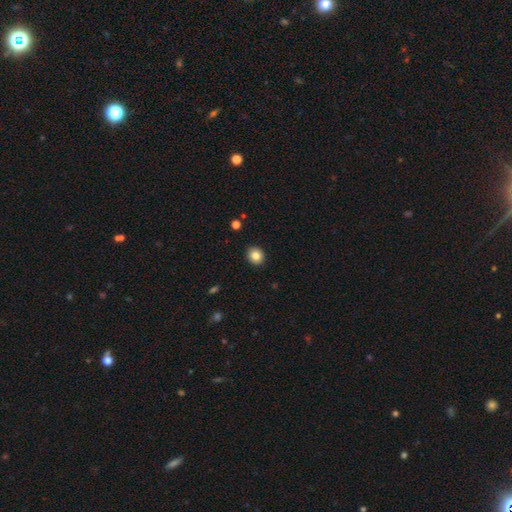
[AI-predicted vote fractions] This appears to be a smooth galaxy with no disk features (83%) that is round (82%). Merging: none (92%).